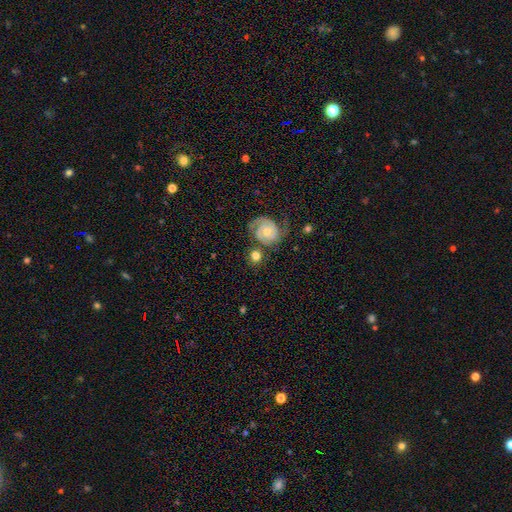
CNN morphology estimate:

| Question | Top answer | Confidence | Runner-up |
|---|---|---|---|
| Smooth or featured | smooth | 50% | featured or disk (42%) |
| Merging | none | 69% | merger (13%) |